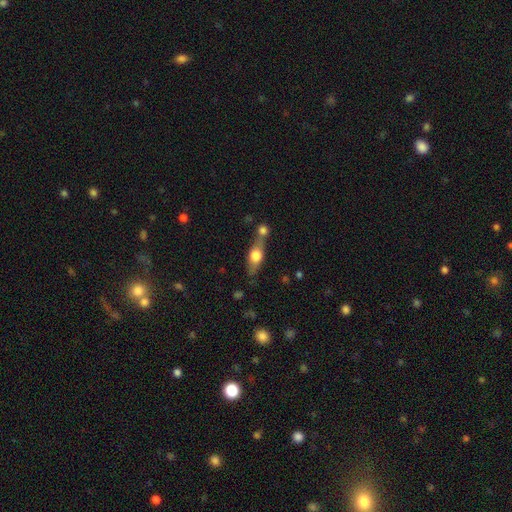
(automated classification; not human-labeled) Smooth or featured? smooth (56%)
How rounded? in between (56%)
Merging? none (44%)